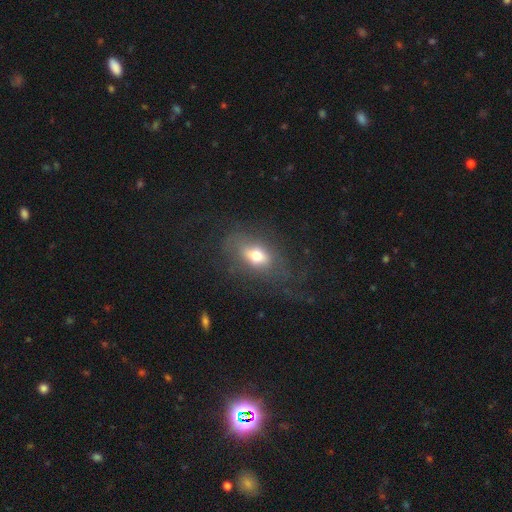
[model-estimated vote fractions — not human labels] Morphology: type=smooth (58%); roundness=in between (78%); merging=none (58%).